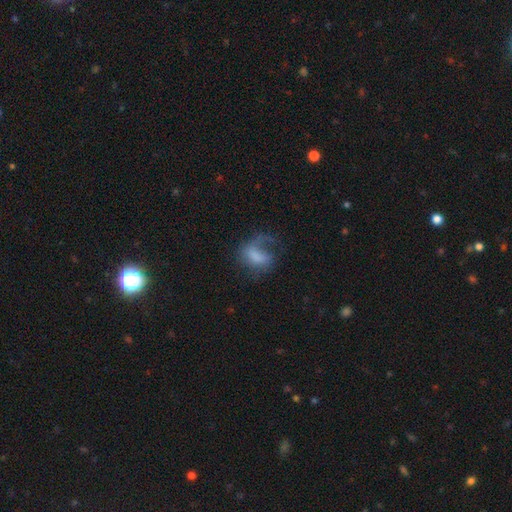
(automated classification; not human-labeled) Smooth or featured: smooth — 47% (featured or disk — 42%)
Merging: major disturbance — 49% (none — 29%)